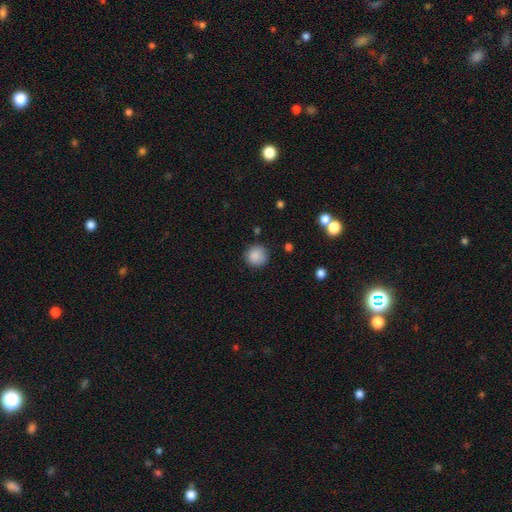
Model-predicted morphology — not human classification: Smooth or featured: smooth — 87% (star or artifact — 9%)
How rounded: round — 93% (in between — 6%)
Merging: none — 84% (minor disturbance — 12%)